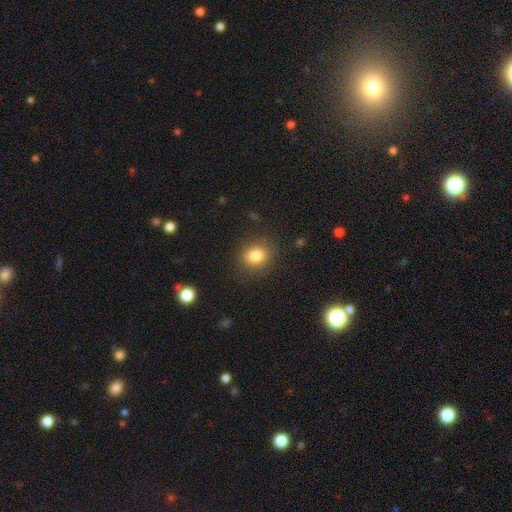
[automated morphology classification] Smooth or featured? Predicted: smooth (p=0.82). How rounded? Predicted: round (p=0.60). Merging? Predicted: none (p=0.85).